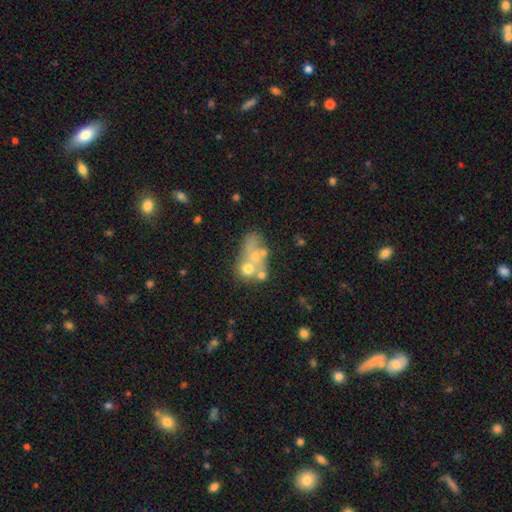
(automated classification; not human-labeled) This appears to be a featured or disk galaxy (43%). Merging: merger (45%).